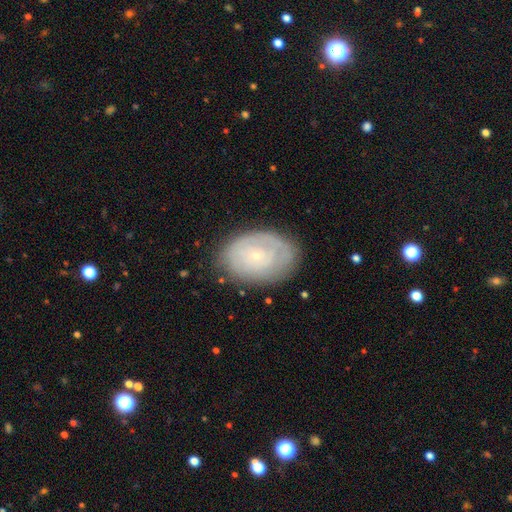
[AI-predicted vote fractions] Morphology: type=featured or disk (54%); edge-on=no (94%); bar=no (81%); spiral arms=yes (55%); bulge=small (84%); merging=none (76%).